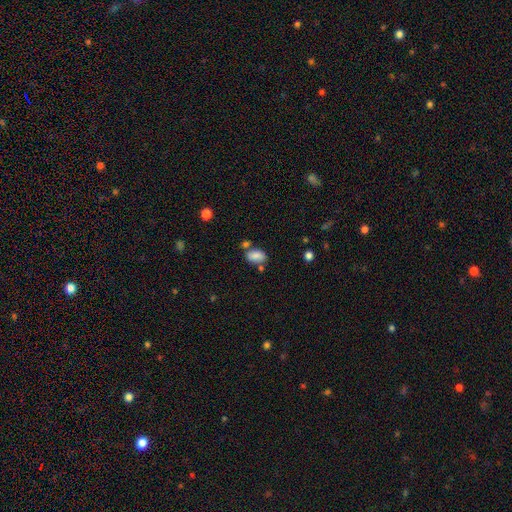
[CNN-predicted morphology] This is clearly a smooth galaxy (83%). How rounded: clearly in between (89%). Merging: likely none (61%).